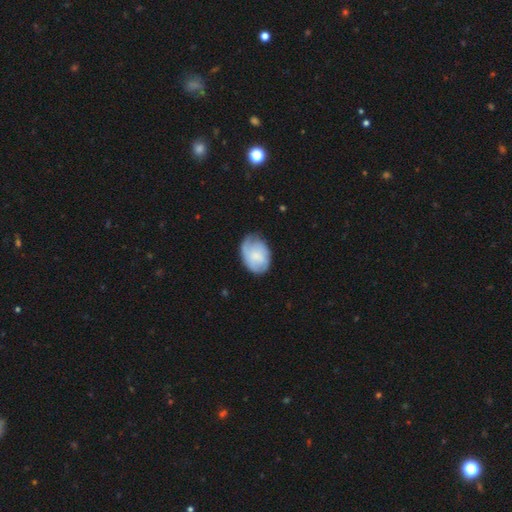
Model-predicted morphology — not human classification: Smooth or featured? Predicted: smooth (p=0.64). How rounded? Predicted: in between (p=0.75). Merging? Predicted: none (p=0.53).